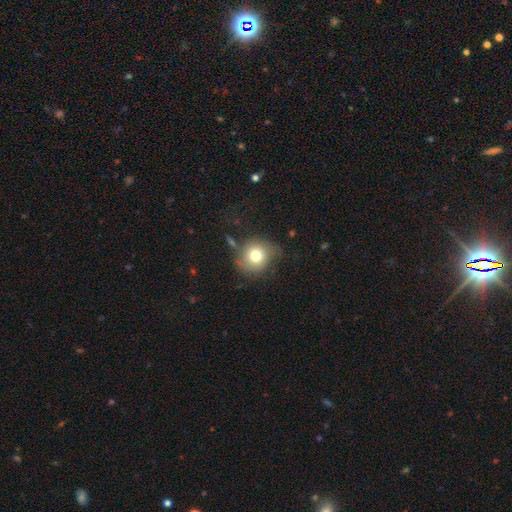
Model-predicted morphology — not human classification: Q: Smooth or featured?
A: smooth (74%); runner-up: featured or disk (16%)
Q: How rounded?
A: round (85%); runner-up: in between (14%)
Q: Merging?
A: none (63%); runner-up: minor disturbance (23%)